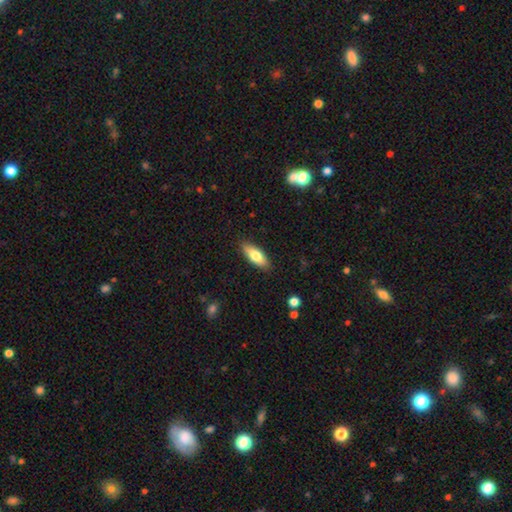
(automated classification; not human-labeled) Smooth or featured: smooth — 72% (featured or disk — 22%)
How rounded: in between — 68% (cigar-shaped — 30%)
Merging: none — 88% (minor disturbance — 9%)